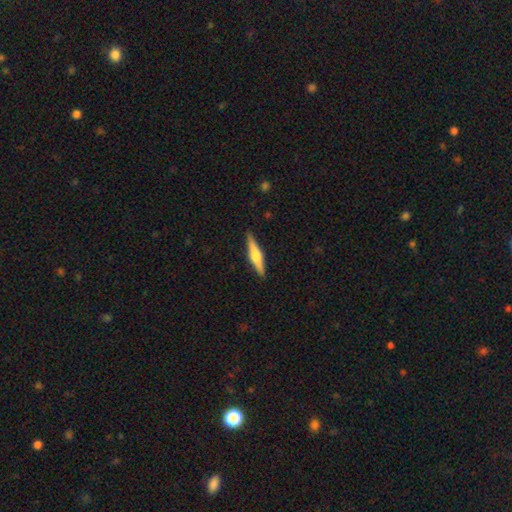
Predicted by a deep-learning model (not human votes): Smooth or featured? Predicted: featured or disk (p=0.57). Edge-on disk? Predicted: yes (p=0.97). Edge-on bulge? Predicted: rounded (p=0.86). Merging? Predicted: none (p=0.91).